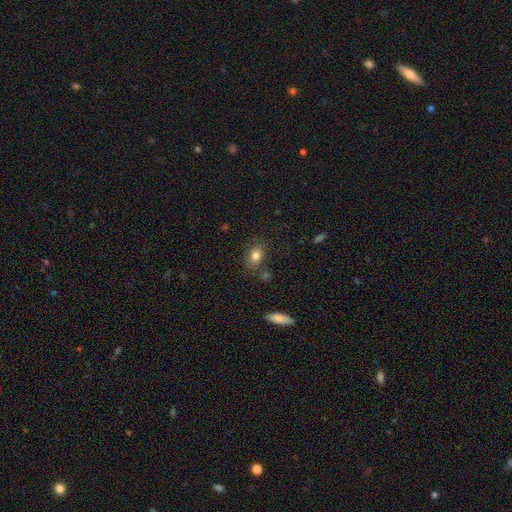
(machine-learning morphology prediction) A smooth galaxy with no disk features (80%) that is in between round and cigar-shaped (71%).

Vote fractions:
- Smooth or featured? smooth: 80% / star or artifact: 10% / featured or disk: 10%
- How rounded? in between: 71% / round: 27% / cigar-shaped: 2%
- Merging? none: 75% / minor disturbance: 15% / merger: 6% / major disturbance: 4%